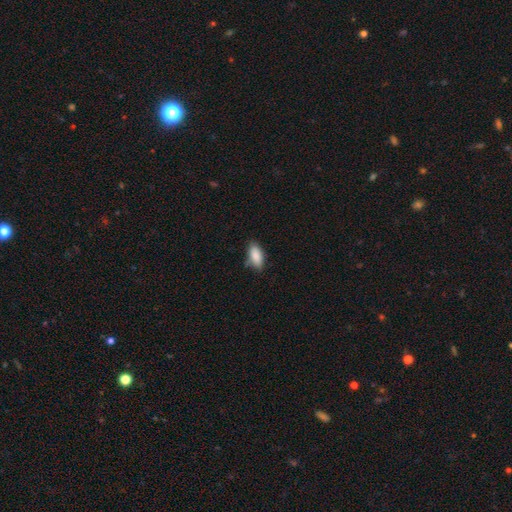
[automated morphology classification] smooth_or_featured: smooth (p=0.88) [alt: star or artifact p=0.07]
how_rounded: in between (p=0.86) [alt: cigar-shaped p=0.12]
merging: none (p=0.76) [alt: minor disturbance p=0.18]